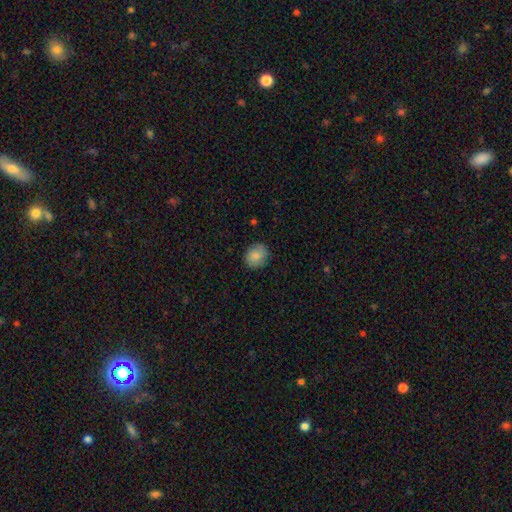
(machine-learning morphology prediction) smooth 84%, featured or disk 8%, star or artifact 8%. Down the decision tree: how rounded — round (66%); merging — none (84%).